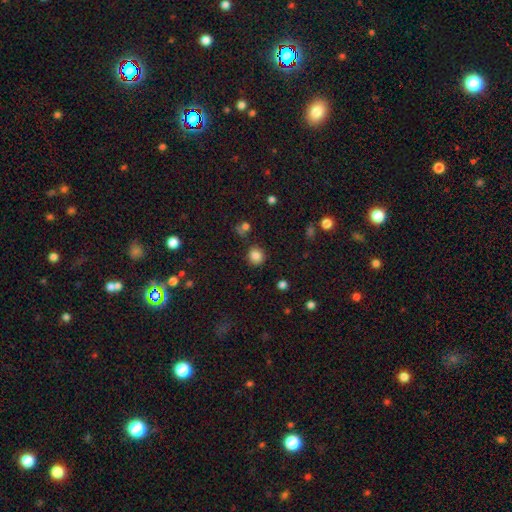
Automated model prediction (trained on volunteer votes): A smooth galaxy with no disk features (84%) that is round (86%). Merging: none (85%).